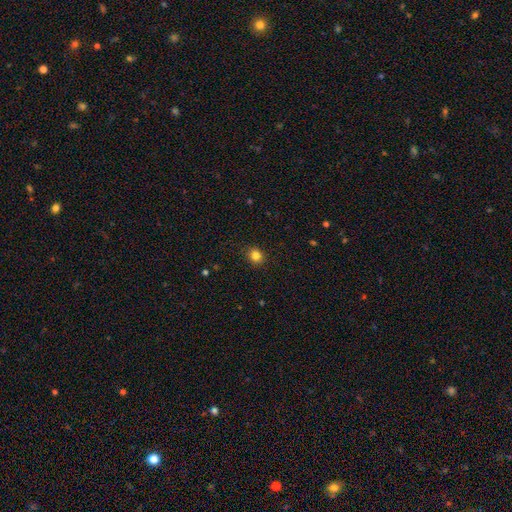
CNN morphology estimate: Overall: smooth (83%). How rounded: round (83%). Merging: none (89%).